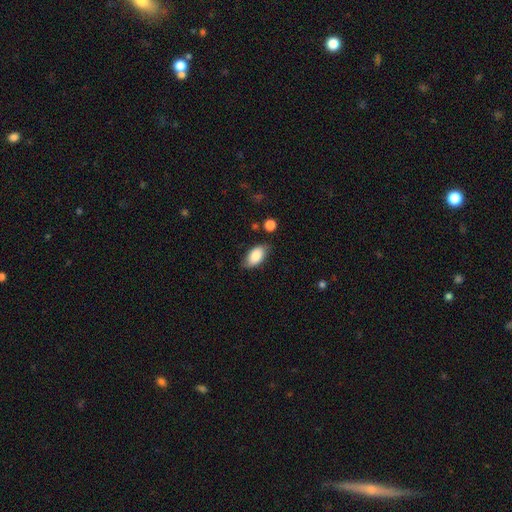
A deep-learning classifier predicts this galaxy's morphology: A smooth galaxy with no disk features (82%) that is in between round and cigar-shaped (93%).

Vote fractions:
- Smooth or featured? smooth: 82% / featured or disk: 11% / star or artifact: 7%
- How rounded? in between: 93% / round: 4% / cigar-shaped: 3%
- Merging? none: 74% / minor disturbance: 19% / major disturbance: 4% / merger: 3%